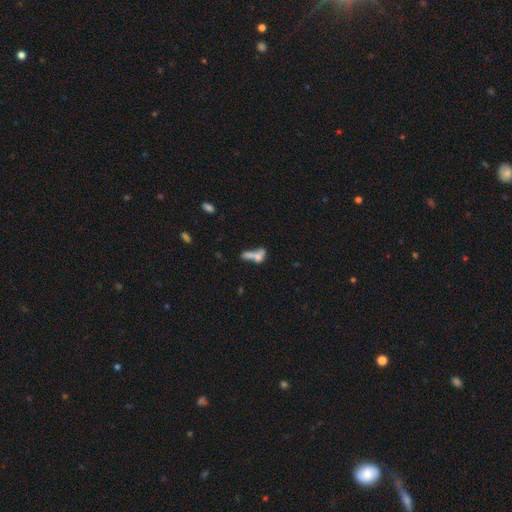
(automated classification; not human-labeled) smooth 59%, featured or disk 28%, star or artifact 13%. Down the decision tree: how rounded — in between (55%); merging — merger (55%).